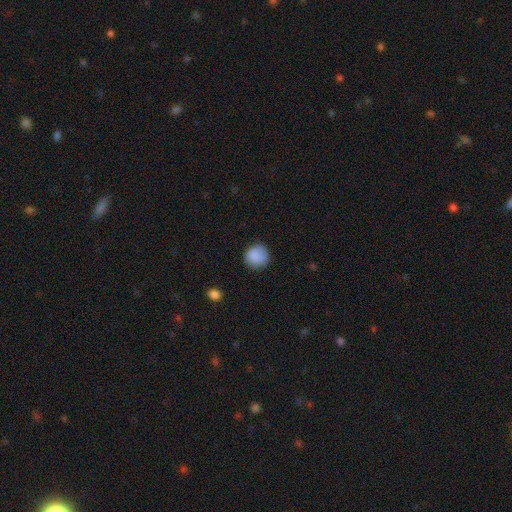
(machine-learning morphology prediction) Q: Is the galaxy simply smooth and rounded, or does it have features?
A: smooth — 87%.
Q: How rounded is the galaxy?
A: round — 89%.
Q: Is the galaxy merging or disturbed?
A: none — 81%.